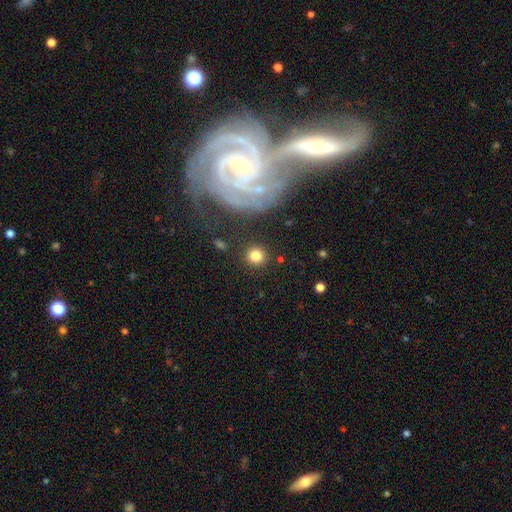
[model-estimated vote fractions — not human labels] A smooth galaxy with no disk features (80%) that is round (93%).

Vote fractions:
- Smooth or featured? smooth: 80% / star or artifact: 10% / featured or disk: 10%
- How rounded? round: 93% / in between: 6% / cigar-shaped: 1%
- Merging? none: 87% / minor disturbance: 7% / major disturbance: 3% / merger: 3%